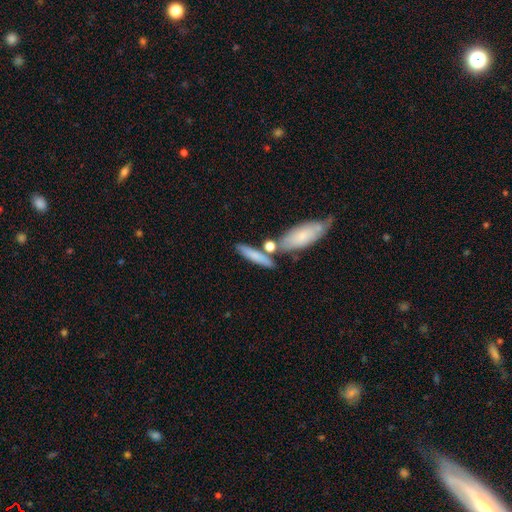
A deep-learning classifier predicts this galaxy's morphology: Smooth or featured: smooth — 73% (featured or disk — 20%)
How rounded: cigar-shaped — 74% (in between — 22%)
Merging: none — 63% (merger — 20%)